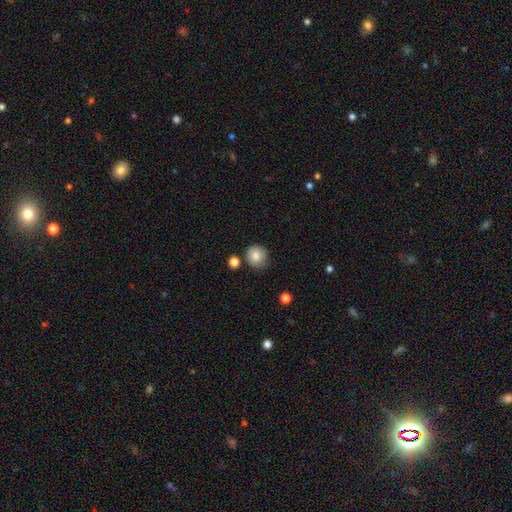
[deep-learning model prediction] Smooth or featured? smooth (86%)
How rounded? round (87%)
Merging? none (78%)